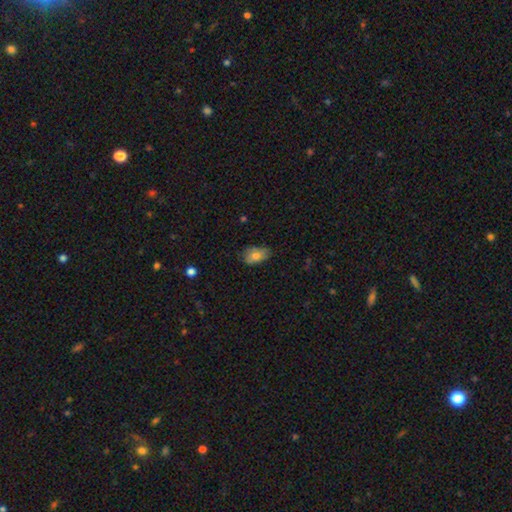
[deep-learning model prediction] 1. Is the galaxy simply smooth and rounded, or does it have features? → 77% smooth, 15% featured or disk, 8% star or artifact.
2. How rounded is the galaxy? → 88% in between, 10% round, 2% cigar-shaped.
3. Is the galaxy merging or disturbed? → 64% none, 28% minor disturbance, 6% major disturbance, 1% merger.